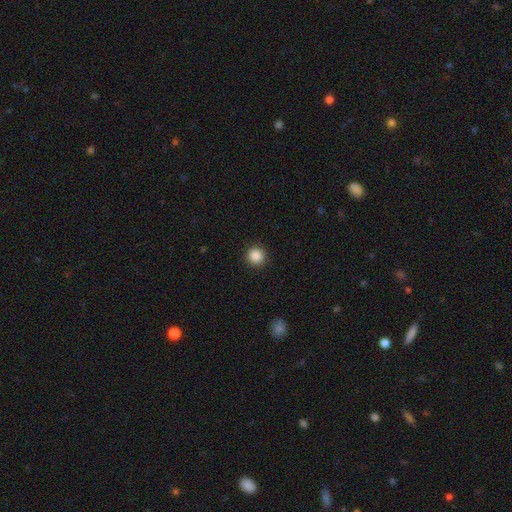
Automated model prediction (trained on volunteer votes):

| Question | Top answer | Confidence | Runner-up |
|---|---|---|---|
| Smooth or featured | smooth | 87% | star or artifact (10%) |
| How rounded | round | 94% | in between (5%) |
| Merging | none | 92% | minor disturbance (6%) |